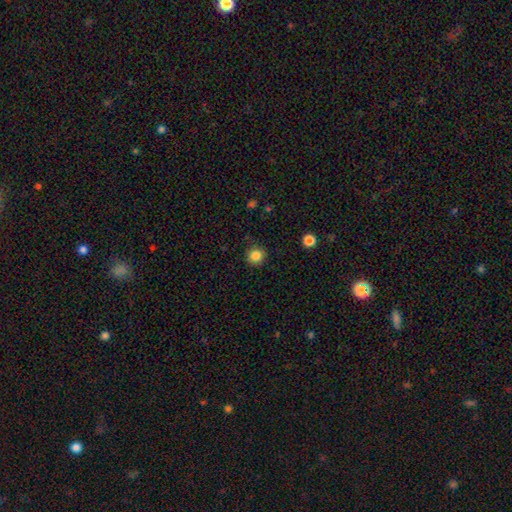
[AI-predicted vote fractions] Smooth or featured? smooth (85%)
How rounded? round (92%)
Merging? none (87%)